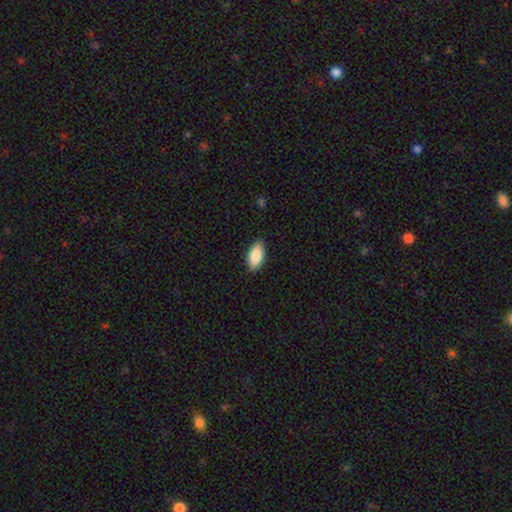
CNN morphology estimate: smooth_or_featured: smooth (p=0.87) [alt: featured or disk p=0.07]
how_rounded: in between (p=0.91) [alt: cigar-shaped p=0.06]
merging: none (p=0.86) [alt: minor disturbance p=0.11]